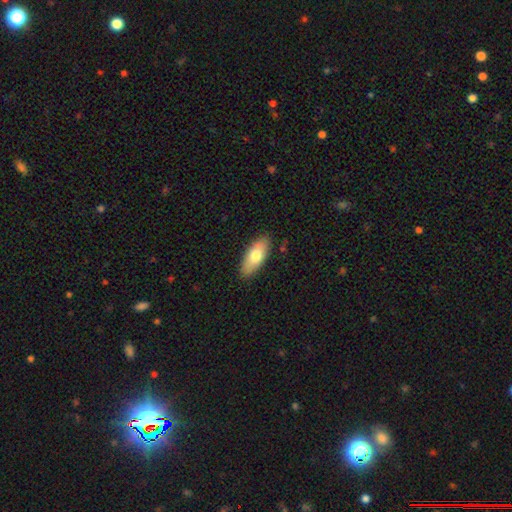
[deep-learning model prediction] Overall: smooth (73%). How rounded: in between (85%). Merging: none (87%).